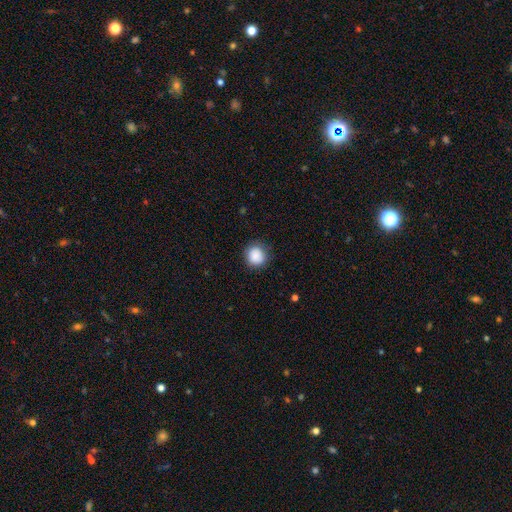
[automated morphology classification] Smooth or featured?
  - smooth: 88% *
  - star or artifact: 8%
  - featured or disk: 4%
How rounded?
  - round: 88% *
  - in between: 11%
  - cigar-shaped: 1%
Merging?
  - none: 85% *
  - minor disturbance: 11%
  - major disturbance: 3%
  - merger: 1%